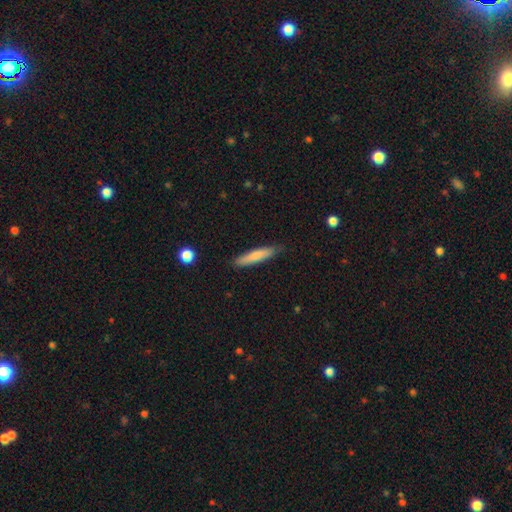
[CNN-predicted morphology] This appears to be a smooth galaxy with no disk features (77%) that is cigar-shaped (87%). Merging: none (83%).